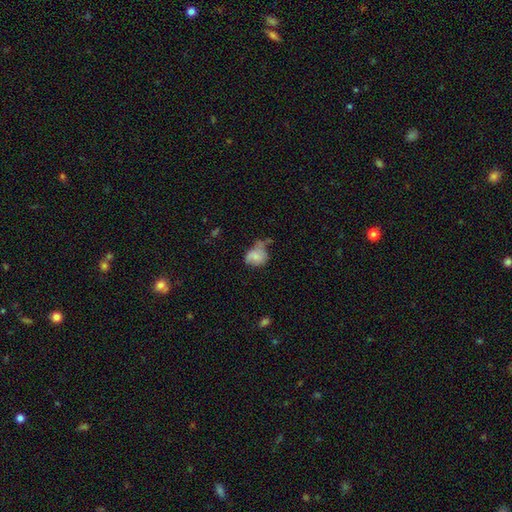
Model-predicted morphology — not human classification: A smooth galaxy with no disk features (68%) that is in between round and cigar-shaped (53%).

Vote fractions:
- Smooth or featured? smooth: 68% / featured or disk: 22% / star or artifact: 10%
- How rounded? in between: 53% / round: 46% / cigar-shaped: 1%
- Merging? minor disturbance: 32% / none: 30% / major disturbance: 23% / merger: 15%